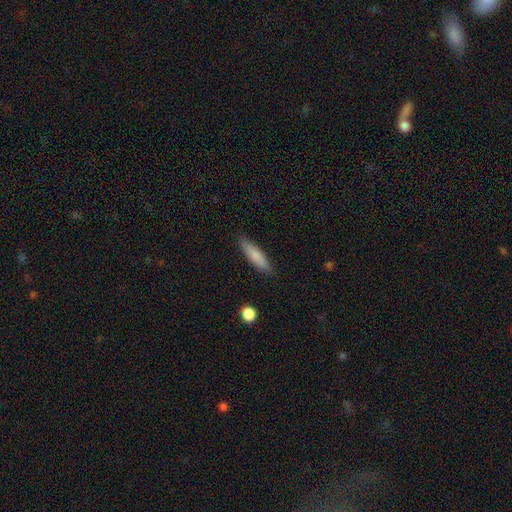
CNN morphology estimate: This appears to be a smooth galaxy with no disk features (79%) that is cigar-shaped (72%). Merging: none (87%).